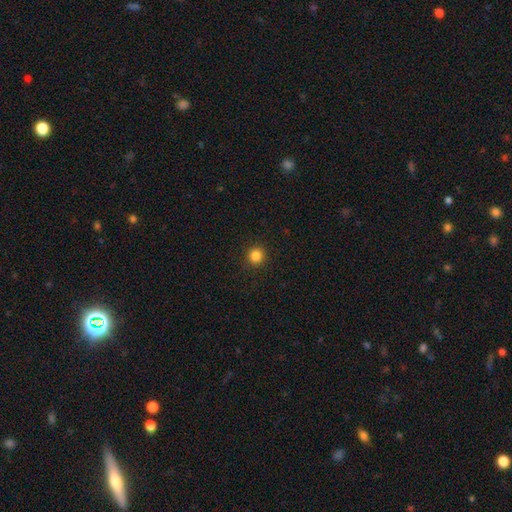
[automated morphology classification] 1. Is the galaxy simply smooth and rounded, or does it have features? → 84% smooth, 12% star or artifact, 4% featured or disk.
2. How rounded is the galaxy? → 94% round, 5% in between, 1% cigar-shaped.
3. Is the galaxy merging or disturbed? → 93% none, 5% minor disturbance, 2% major disturbance, 1% merger.